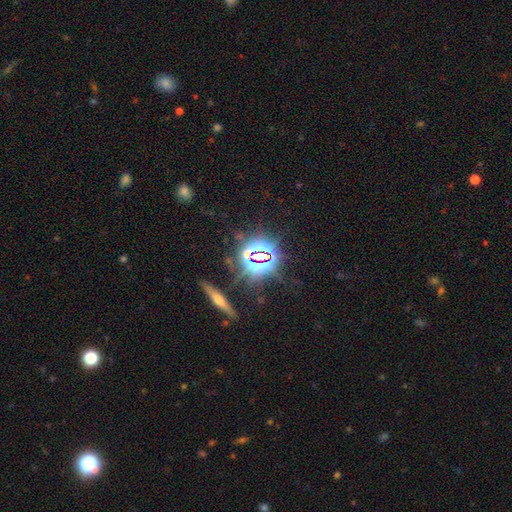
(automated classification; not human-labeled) This is likely a star or artifact rather than a galaxy (77%).